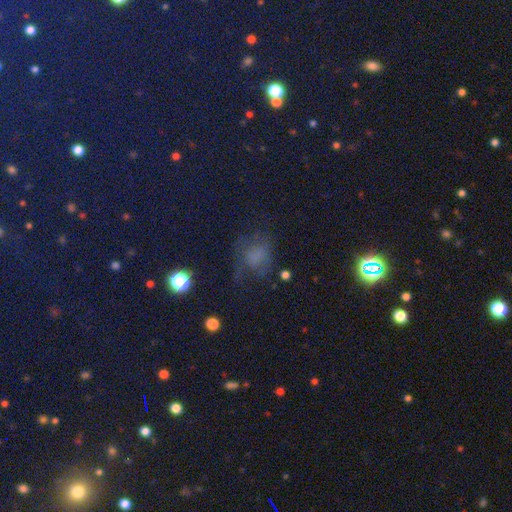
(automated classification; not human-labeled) A smooth galaxy with no disk features (49%).

Vote fractions:
- Smooth or featured? smooth: 49% / star or artifact: 28% / featured or disk: 23%
- Merging? none: 48% / major disturbance: 26% / minor disturbance: 23% / merger: 3%